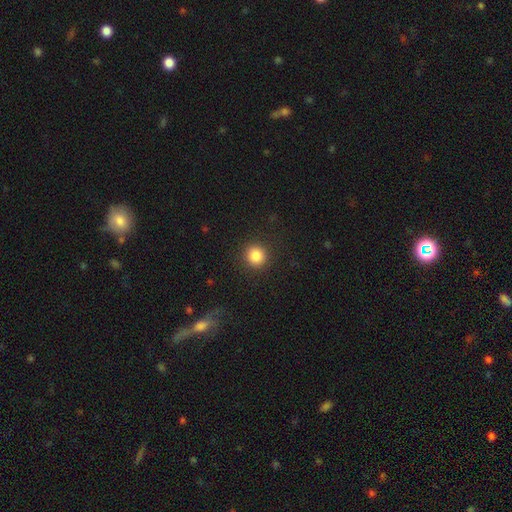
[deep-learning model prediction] Smooth or featured? Predicted: smooth (p=0.85). How rounded? Predicted: round (p=0.92). Merging? Predicted: none (p=0.90).